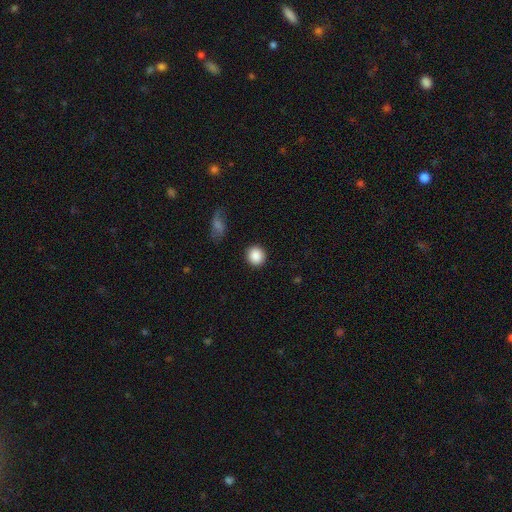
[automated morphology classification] type=smooth (88%); roundness=round (90%); merging=none (90%).